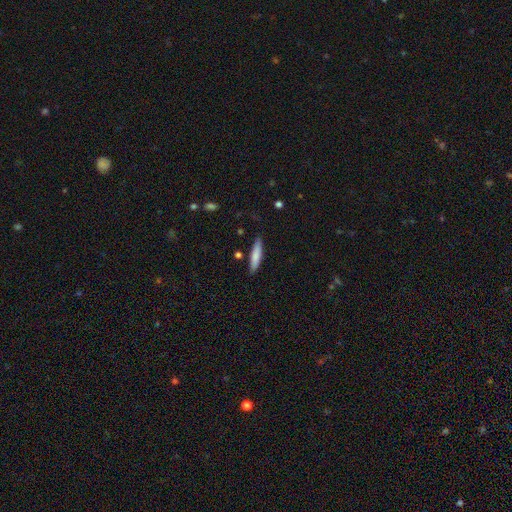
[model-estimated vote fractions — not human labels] Smooth or featured? Predicted: smooth (p=0.78). How rounded? Predicted: cigar-shaped (p=0.84). Merging? Predicted: none (p=0.85).